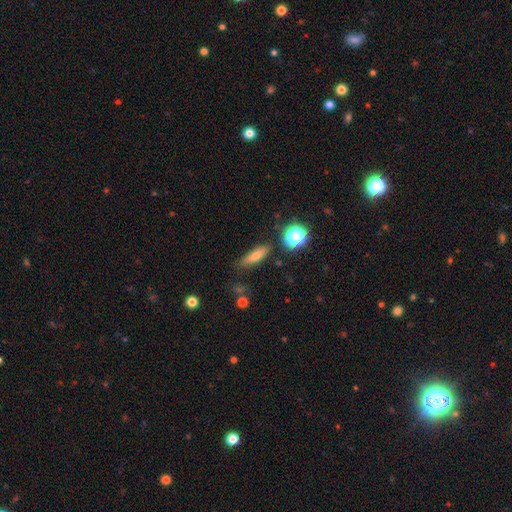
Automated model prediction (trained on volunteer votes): smooth 62%, featured or disk 22%, star or artifact 16%. Down the decision tree: how rounded — cigar-shaped (56%); merging — none (77%).